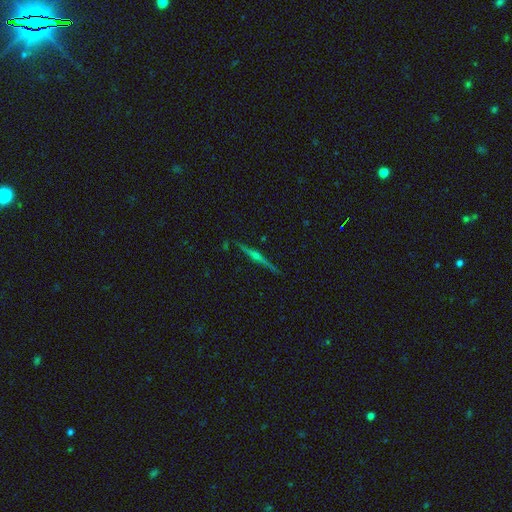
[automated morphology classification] smooth-or-featured: featured or disk: 84% | smooth: 9% | star or artifact: 7%
  disk-edge-on: yes: 98% | no: 2%
    edge-on-bulge: rounded: 86% | none: 7% | boxy: 7%
  merging: none: 91% | minor disturbance: 6% | major disturbance: 1% | merger: 1%